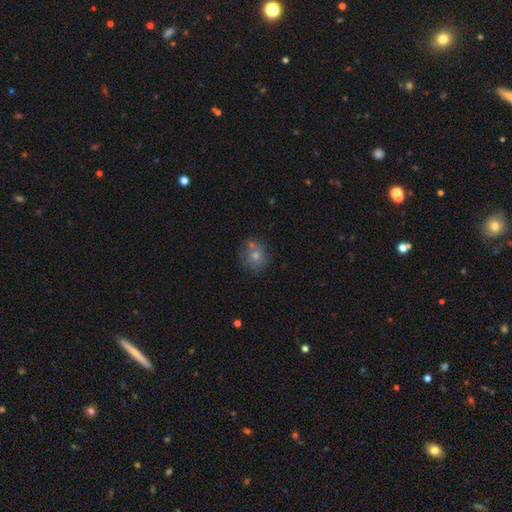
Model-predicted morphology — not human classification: type=smooth (65%); roundness=round (86%); merging=none (68%).